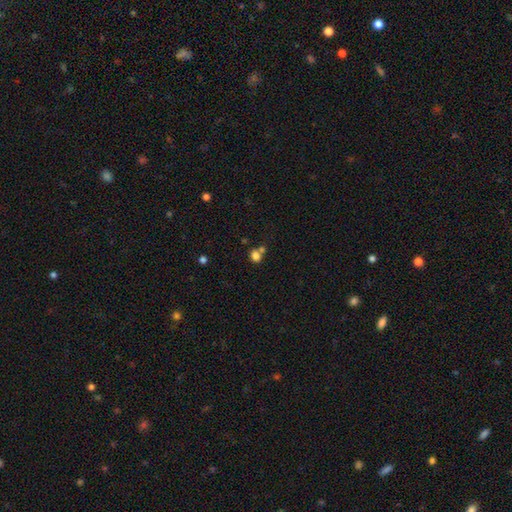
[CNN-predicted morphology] smooth_or_featured: smooth (p=0.78) [alt: star or artifact p=0.14]
how_rounded: round (p=0.61) [alt: in between p=0.37]
merging: none (p=0.53) [alt: merger p=0.32]